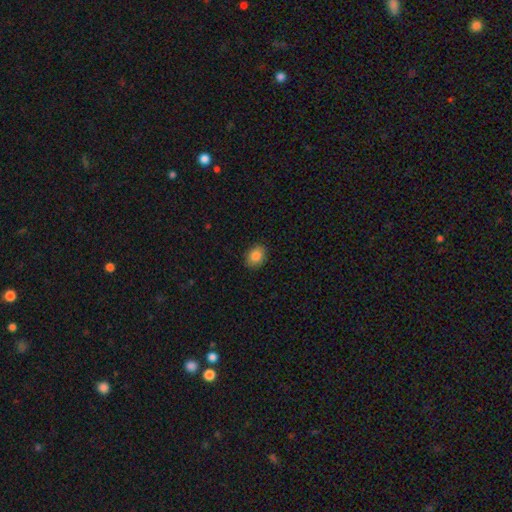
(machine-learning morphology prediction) This appears to be a smooth galaxy with no disk features (86%) that is in between round and cigar-shaped (56%). Merging: none (88%).